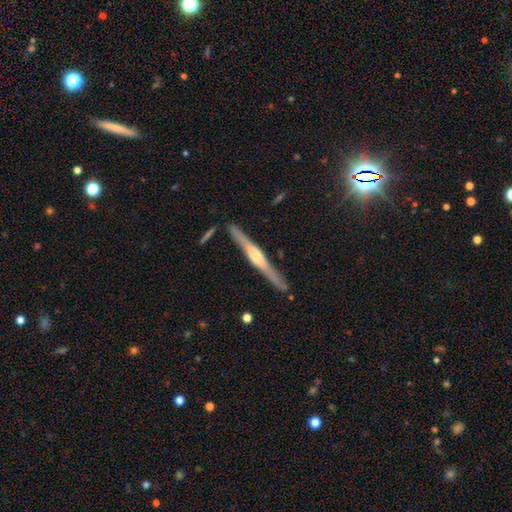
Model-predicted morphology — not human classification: The model was most divided on "smooth or featured": featured or disk: 81%, smooth: 14%, star or artifact: 5%. More confident: edge-on disk — yes (98%); merging — none (89%); edge-on bulge — rounded (86%).